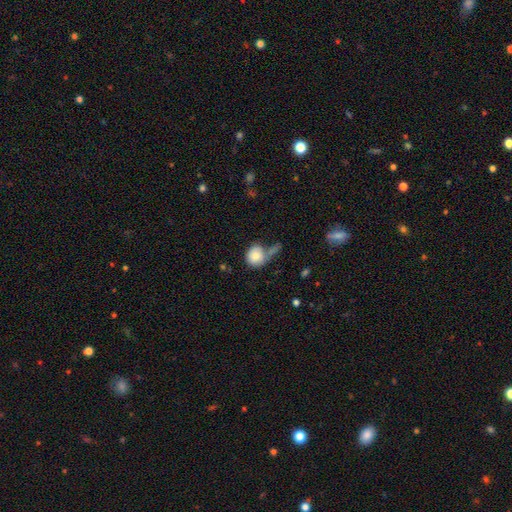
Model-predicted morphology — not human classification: Smooth or featured? smooth (82%)
How rounded? round (84%)
Merging? none (36%)